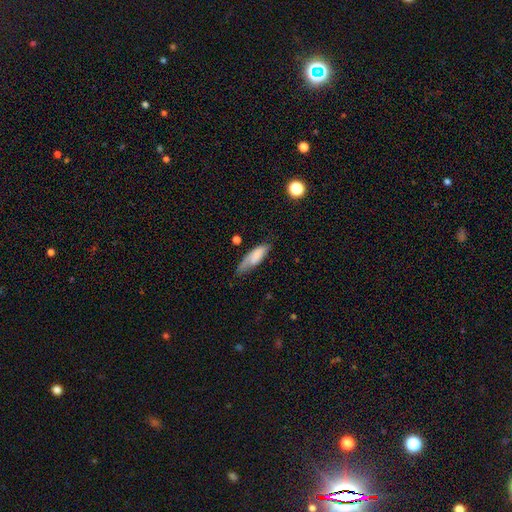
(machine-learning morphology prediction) This is likely a smooth galaxy (70%). How rounded: possibly in between (57%). Merging: possibly none (51%).